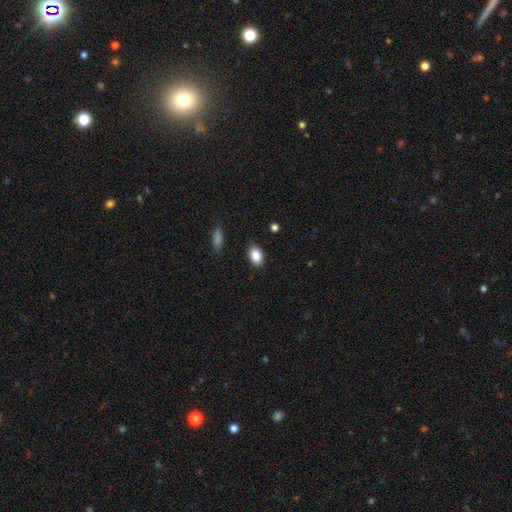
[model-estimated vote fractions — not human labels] Smooth or featured? Predicted: smooth (p=0.85). How rounded? Predicted: in between (p=0.84). Merging? Predicted: none (p=0.85).